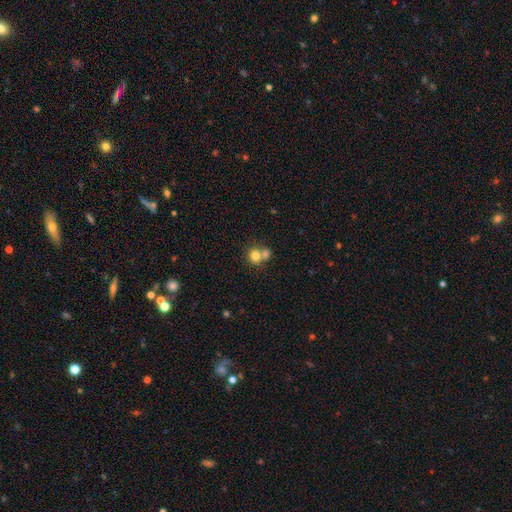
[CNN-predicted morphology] Smooth or featured? Predicted: smooth (p=0.77). How rounded? Predicted: round (p=0.82). Merging? Predicted: merger (p=0.49).